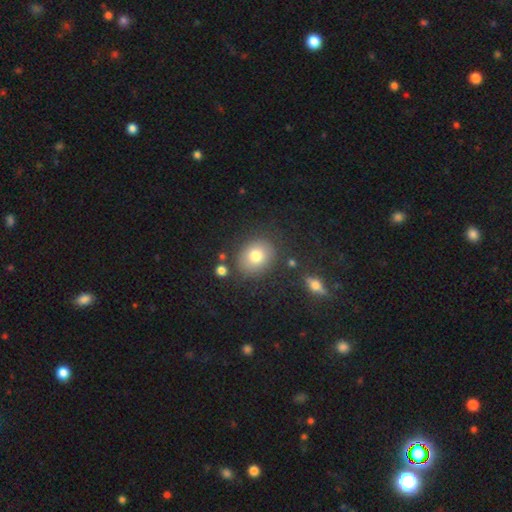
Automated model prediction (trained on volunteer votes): Smooth or featured? Predicted: smooth (p=0.77). How rounded? Predicted: round (p=0.59). Merging? Predicted: none (p=0.83).